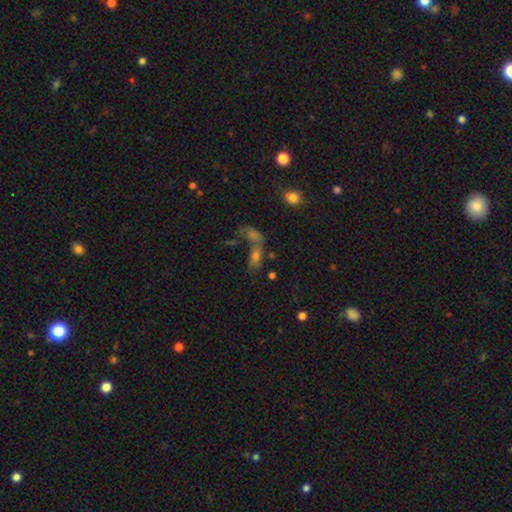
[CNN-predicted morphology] smooth_or_featured: smooth (p=0.56) [alt: featured or disk p=0.22]
how_rounded: in between (p=0.75) [alt: cigar-shaped p=0.14]
merging: merger (p=0.52) [alt: none p=0.29]